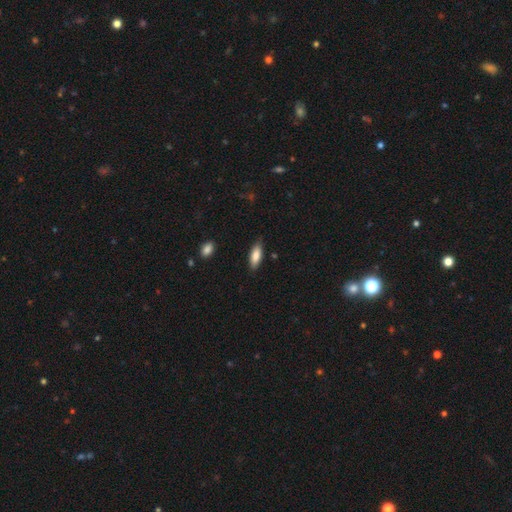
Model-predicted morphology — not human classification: A smooth galaxy with no disk features (83%) that is in between round and cigar-shaped (69%). Merging: none (81%).